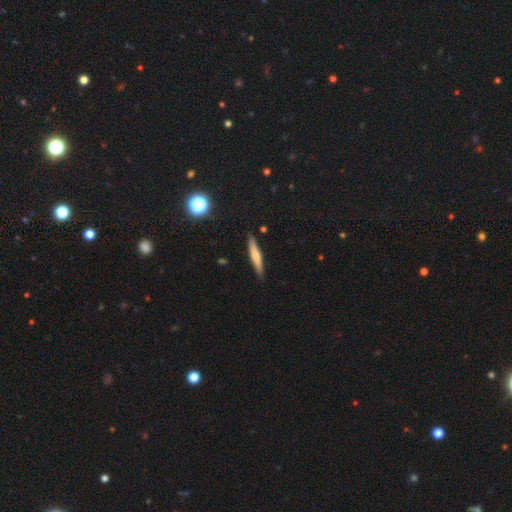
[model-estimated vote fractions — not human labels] smooth_or_featured: smooth (p=0.53) [alt: featured or disk p=0.40]
how_rounded: cigar-shaped (p=0.91) [alt: in between p=0.08]
merging: none (p=0.88) [alt: minor disturbance p=0.09]